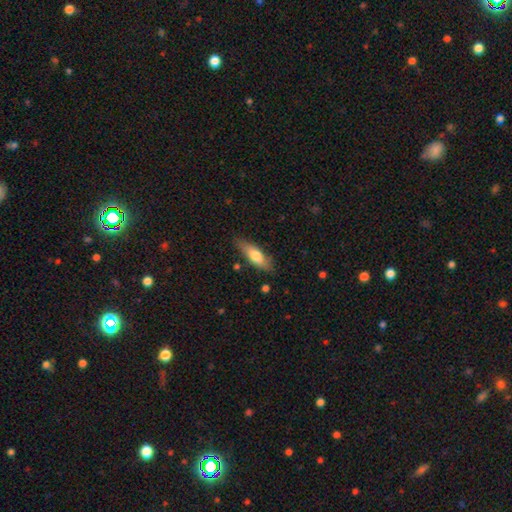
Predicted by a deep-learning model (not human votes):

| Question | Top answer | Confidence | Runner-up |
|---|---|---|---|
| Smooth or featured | smooth | 67% | featured or disk (27%) |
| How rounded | in between | 53% | cigar-shaped (45%) |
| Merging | none | 79% | minor disturbance (16%) |